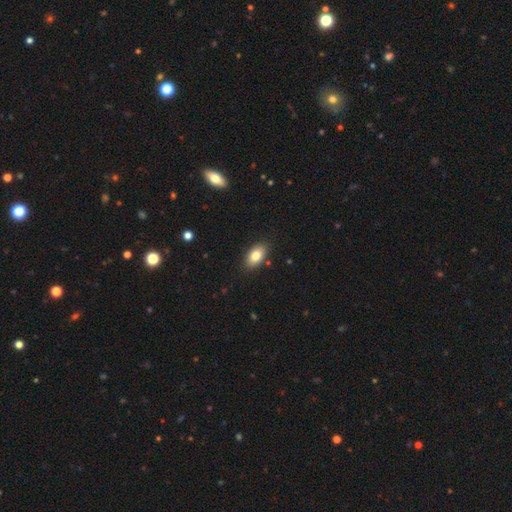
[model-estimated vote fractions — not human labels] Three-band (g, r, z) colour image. It shows a smooth galaxy with no disk features (81%) that is in between round and cigar-shaped (91%). Merging: none (87%).